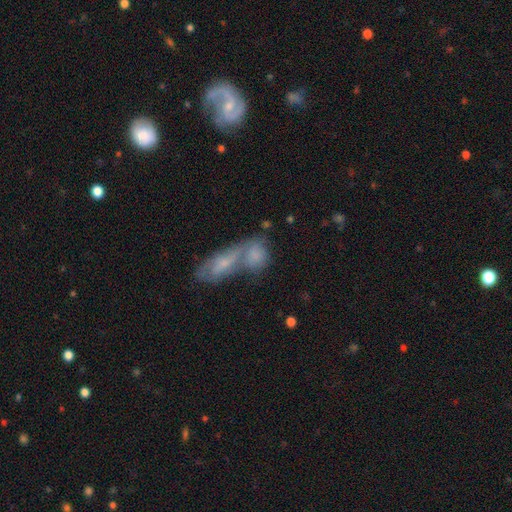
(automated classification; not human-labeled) Morphology: type=smooth (71%); roundness=in between (53%); merging=merger (51%).